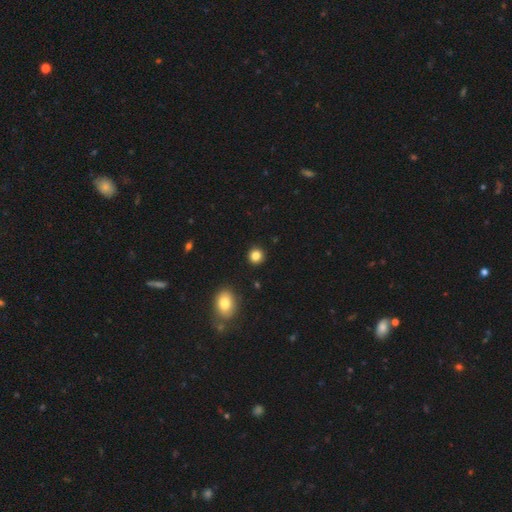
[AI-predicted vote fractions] Overall: smooth (84%). How rounded: round (91%). Merging: none (91%).